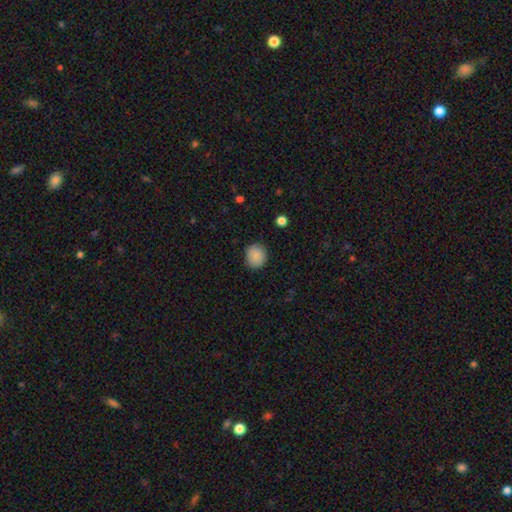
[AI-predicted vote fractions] This is clearly a smooth galaxy (87%). How rounded: clearly round (81%). Merging: clearly none (86%).